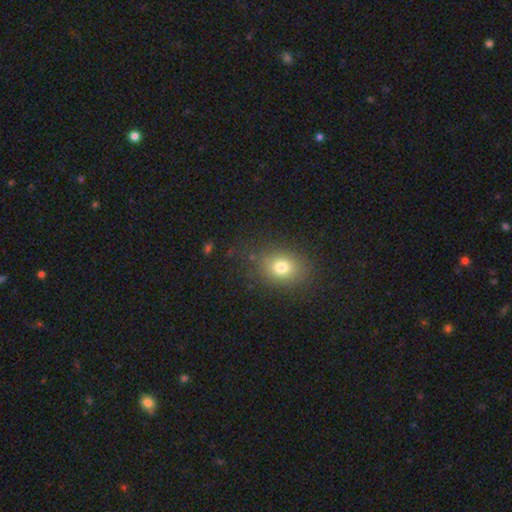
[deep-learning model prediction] Morphology: type=smooth (72%); roundness=in between (50%); merging=none (81%).